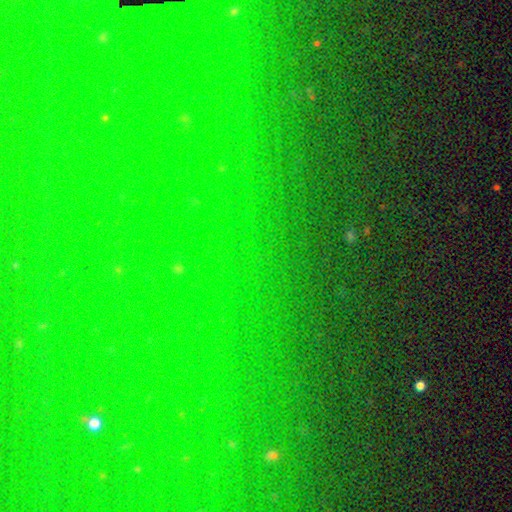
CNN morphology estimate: star or artifact 80%, smooth 12%, featured or disk 9%.